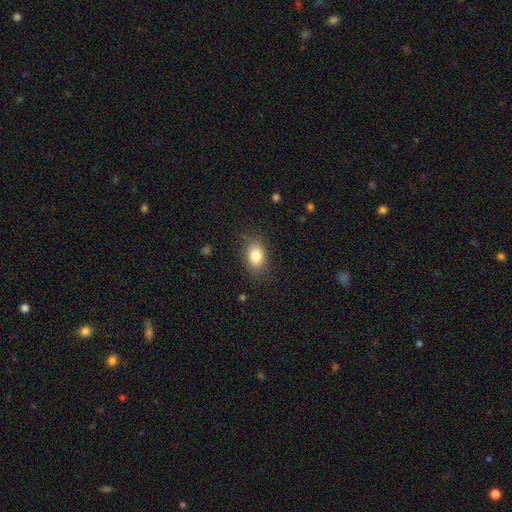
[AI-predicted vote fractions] This is clearly a smooth galaxy (84%). How rounded: clearly in between (82%). Merging: clearly none (80%).